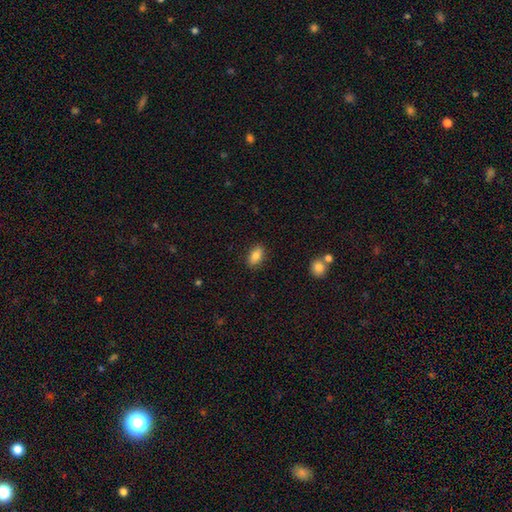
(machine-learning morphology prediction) Smooth or featured?
  - smooth: 83% *
  - featured or disk: 9%
  - star or artifact: 8%
How rounded?
  - in between: 88% *
  - round: 7%
  - cigar-shaped: 5%
Merging?
  - none: 87% *
  - minor disturbance: 9%
  - major disturbance: 2%
  - merger: 2%